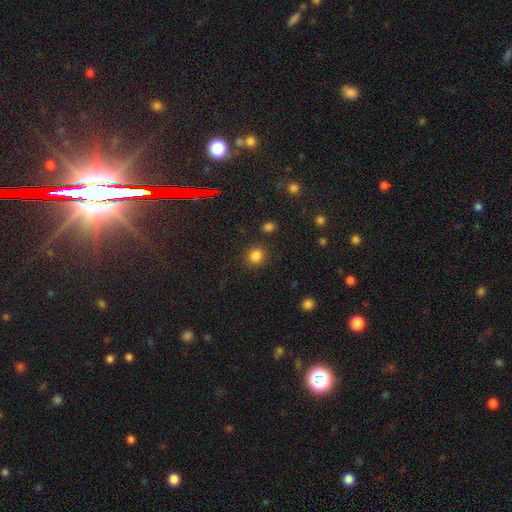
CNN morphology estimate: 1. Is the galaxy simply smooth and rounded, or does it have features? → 84% smooth, 12% star or artifact, 4% featured or disk.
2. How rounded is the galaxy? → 90% round, 9% in between, 1% cigar-shaped.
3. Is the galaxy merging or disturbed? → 87% none, 7% minor disturbance, 3% major disturbance, 3% merger.